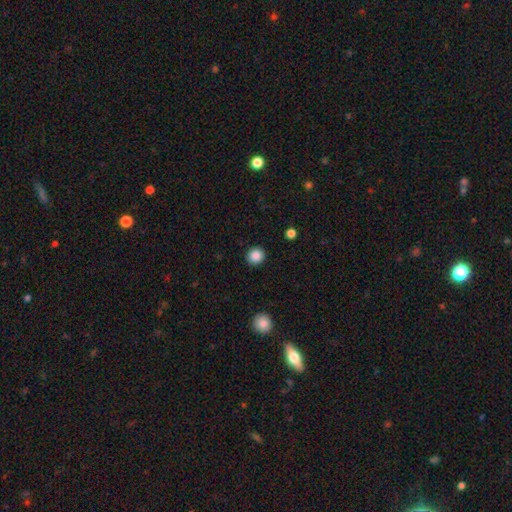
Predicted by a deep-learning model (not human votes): Q: Smooth or featured?
A: smooth (87%); runner-up: star or artifact (9%)
Q: How rounded?
A: round (89%); runner-up: in between (10%)
Q: Merging?
A: none (91%); runner-up: minor disturbance (5%)